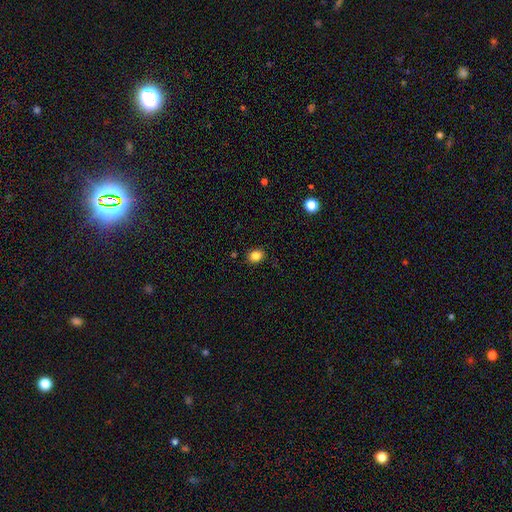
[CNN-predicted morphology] type=smooth (84%); roundness=round (52%); merging=none (88%).